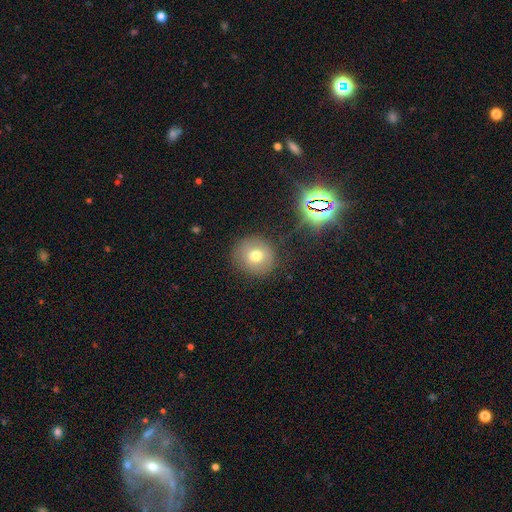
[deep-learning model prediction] Overall: smooth (70%). How rounded: round (90%). Merging: none (84%).